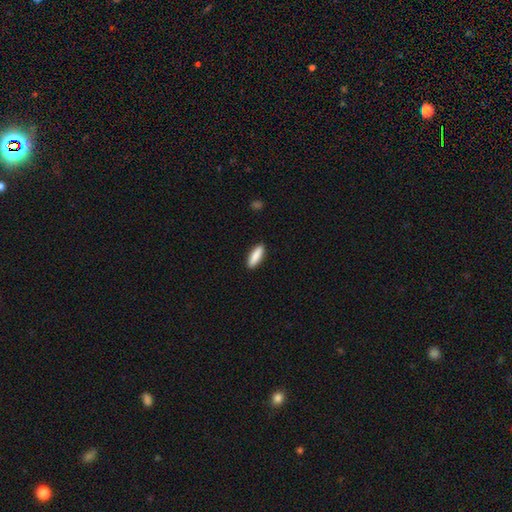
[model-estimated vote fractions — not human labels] smooth_or_featured: smooth (p=0.88) [alt: featured or disk p=0.06]
how_rounded: cigar-shaped (p=0.51) [alt: in between p=0.47]
merging: none (p=0.90) [alt: minor disturbance p=0.07]